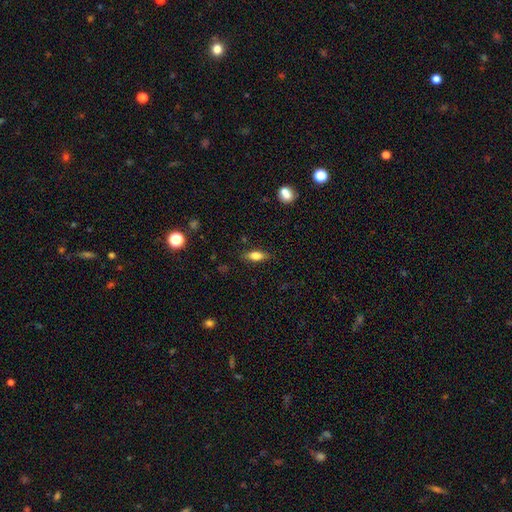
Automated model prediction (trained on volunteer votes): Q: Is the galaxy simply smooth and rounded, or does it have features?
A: smooth — 71%.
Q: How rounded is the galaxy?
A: in between — 71%.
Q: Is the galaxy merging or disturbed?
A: none — 84%.